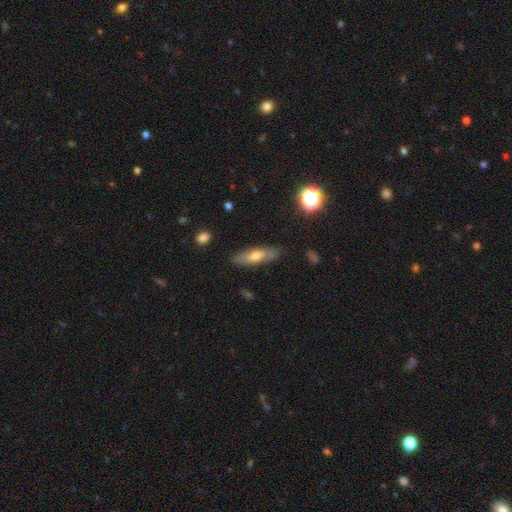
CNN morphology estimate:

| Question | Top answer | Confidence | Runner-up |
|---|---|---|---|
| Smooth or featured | smooth | 52% | featured or disk (40%) |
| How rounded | cigar-shaped | 60% | in between (37%) |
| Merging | none | 81% | minor disturbance (14%) |